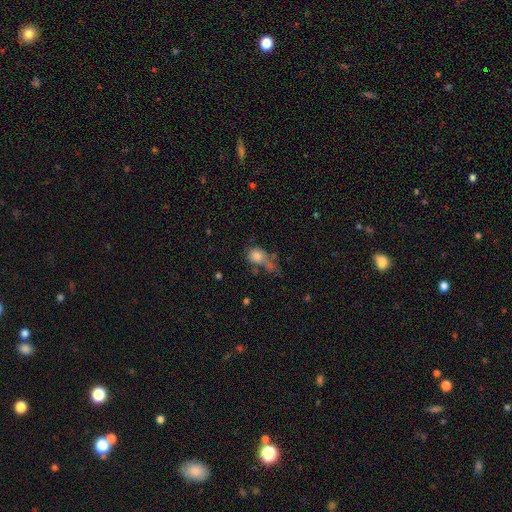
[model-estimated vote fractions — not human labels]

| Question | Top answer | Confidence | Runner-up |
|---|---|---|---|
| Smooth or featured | smooth | 75% | featured or disk (14%) |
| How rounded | in between | 51% | round (46%) |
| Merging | none | 30% | major disturbance (28%) |